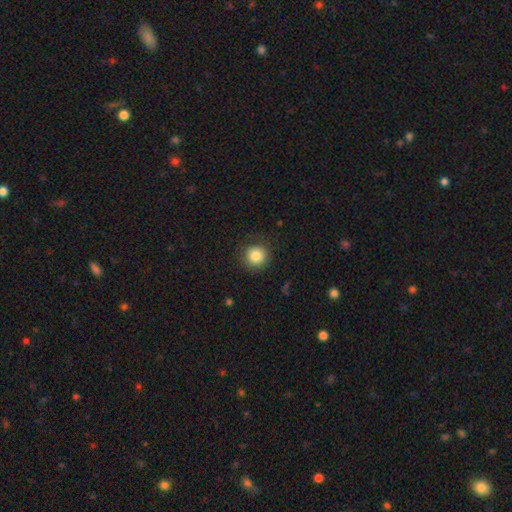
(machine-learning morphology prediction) Smooth or featured? Predicted: smooth (p=0.85). How rounded? Predicted: round (p=0.92). Merging? Predicted: none (p=0.84).